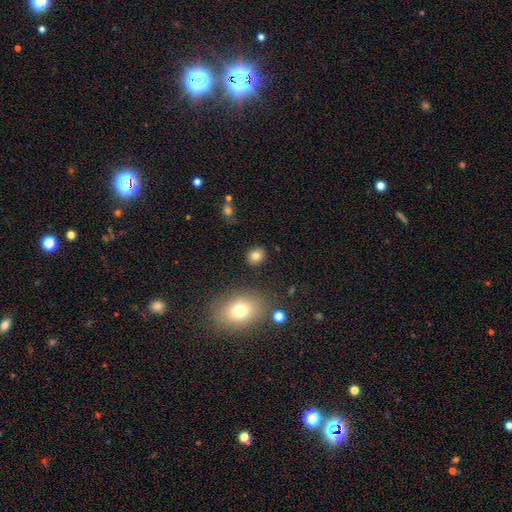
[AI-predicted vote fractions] Smooth or featured?
  - smooth: 82% *
  - star or artifact: 11%
  - featured or disk: 7%
How rounded?
  - round: 74% *
  - in between: 25%
  - cigar-shaped: 1%
Merging?
  - none: 88% *
  - minor disturbance: 7%
  - major disturbance: 3%
  - merger: 2%